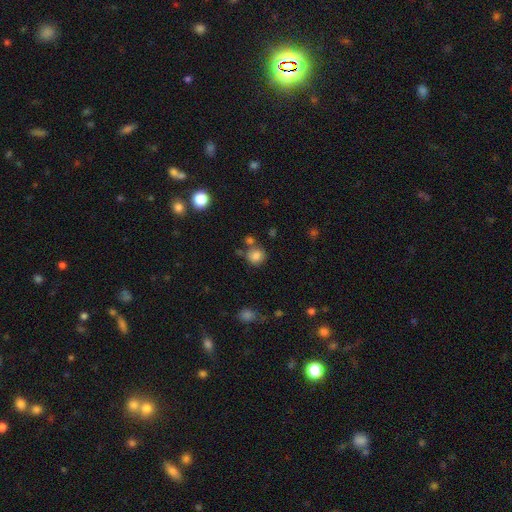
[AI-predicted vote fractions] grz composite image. It shows a smooth galaxy with no disk features (82%) that is round (84%). Merging: none (66%).